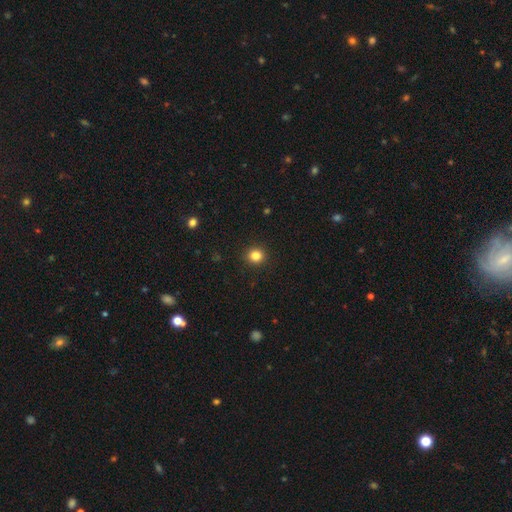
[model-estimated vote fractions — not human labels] The model was most divided on "smooth or featured": smooth: 83%, star or artifact: 12%, featured or disk: 5%. More confident: merging — none (92%); how rounded — round (89%).